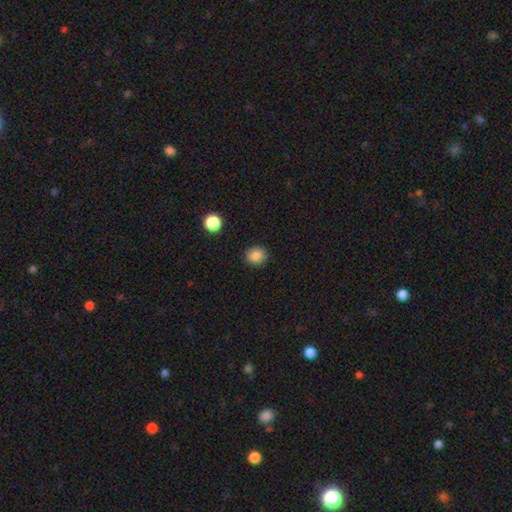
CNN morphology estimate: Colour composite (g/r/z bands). It shows a smooth galaxy with no disk features (85%) that is round (84%). Merging: none (91%).